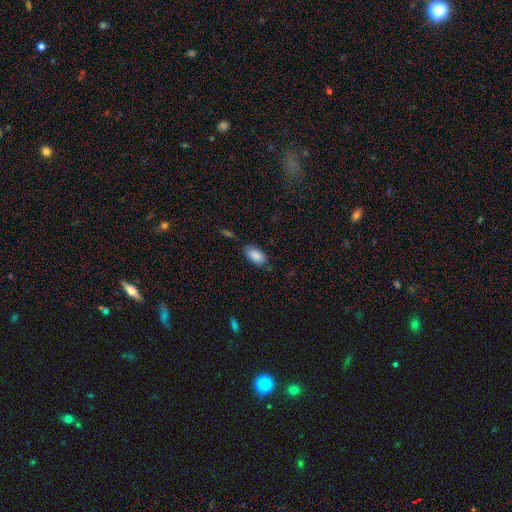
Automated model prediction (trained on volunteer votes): This is clearly a smooth galaxy (88%). How rounded: clearly in between (94%). Merging: likely none (77%).